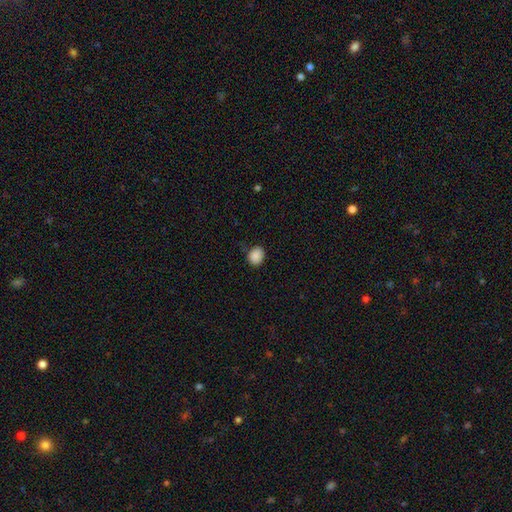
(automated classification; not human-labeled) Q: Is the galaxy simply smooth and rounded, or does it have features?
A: smooth — 88%.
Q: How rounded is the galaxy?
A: round — 55%.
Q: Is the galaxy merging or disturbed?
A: none — 79%.